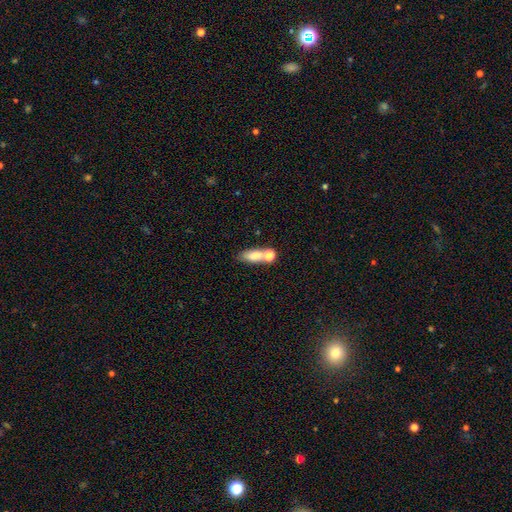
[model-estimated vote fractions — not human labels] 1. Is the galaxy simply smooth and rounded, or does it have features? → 73% smooth, 16% featured or disk, 10% star or artifact.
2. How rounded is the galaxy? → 62% in between, 25% cigar-shaped, 12% round.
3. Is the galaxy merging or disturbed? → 41% none, 40% merger, 12% minor disturbance, 7% major disturbance.